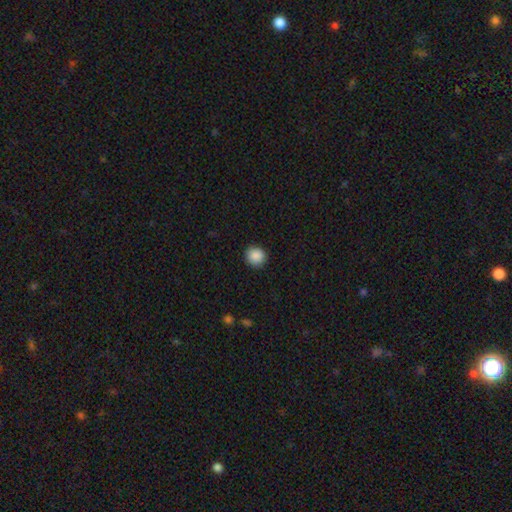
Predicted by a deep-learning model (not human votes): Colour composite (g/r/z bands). It shows a smooth galaxy with no disk features (89%) that is round (91%). Merging: none (91%).